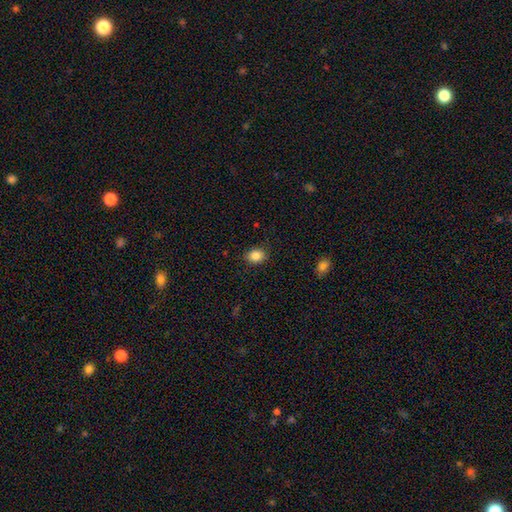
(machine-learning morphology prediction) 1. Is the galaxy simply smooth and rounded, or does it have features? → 86% smooth, 10% star or artifact, 4% featured or disk.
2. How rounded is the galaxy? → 50% round, 49% in between, 1% cigar-shaped.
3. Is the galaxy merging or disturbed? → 86% none, 11% minor disturbance, 3% major disturbance, 1% merger.